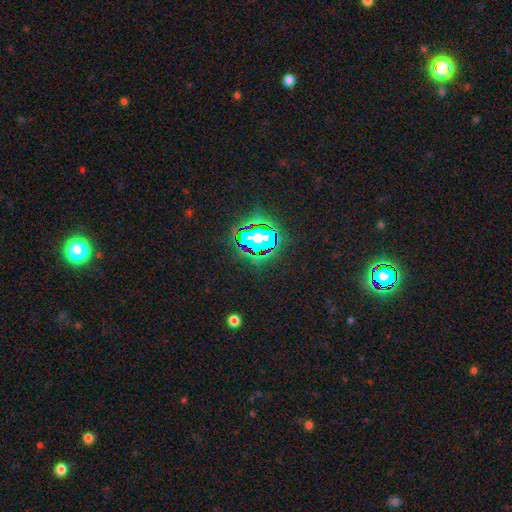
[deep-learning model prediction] star or artifact 81%, smooth 12%, featured or disk 7%.